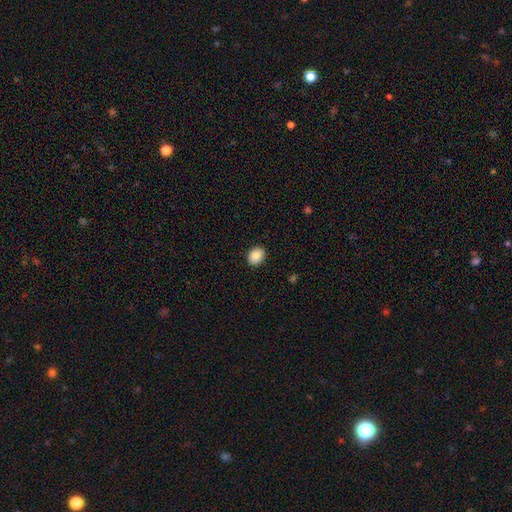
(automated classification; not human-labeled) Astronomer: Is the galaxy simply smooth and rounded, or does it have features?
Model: smooth — 87%.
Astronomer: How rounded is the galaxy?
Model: in between — 56% (runner-up: round, 43%).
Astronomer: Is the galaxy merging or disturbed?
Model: none — 90%.